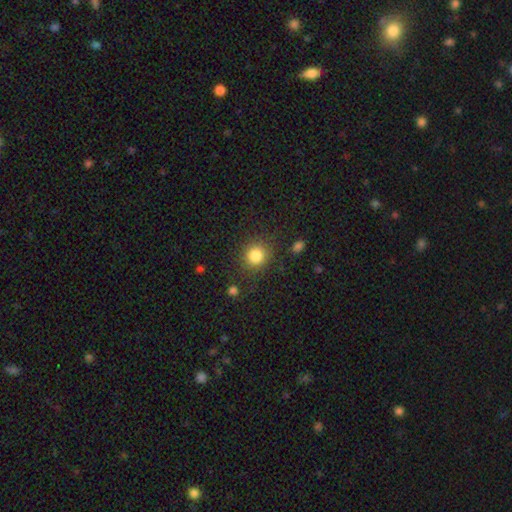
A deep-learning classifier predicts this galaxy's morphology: smooth_or_featured: smooth (p=0.84) [alt: star or artifact p=0.11]
how_rounded: round (p=0.86) [alt: in between p=0.13]
merging: none (p=0.83) [alt: minor disturbance p=0.10]